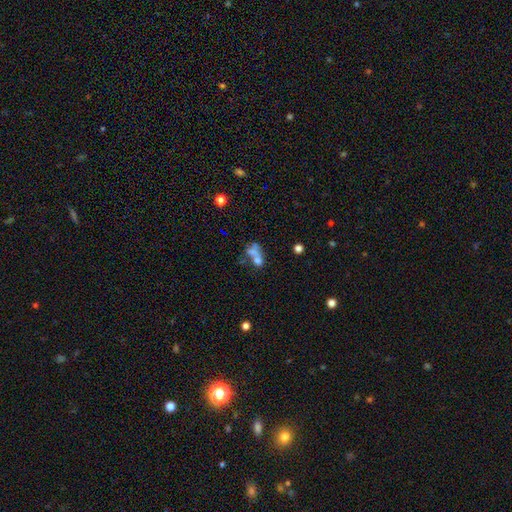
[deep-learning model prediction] Smooth or featured? smooth (52%)
How rounded? in between (60%)
Merging? merger (53%)